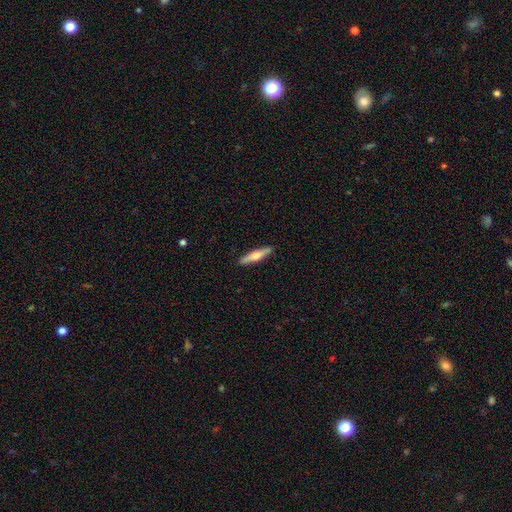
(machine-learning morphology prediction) This is possibly a smooth galaxy (56%). How rounded: clearly cigar-shaped (85%). Merging: clearly none (90%).